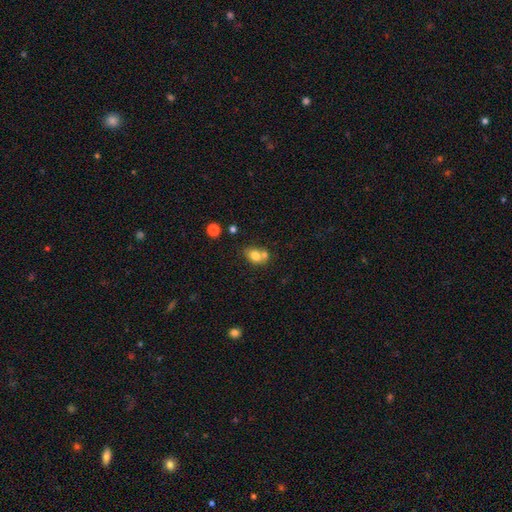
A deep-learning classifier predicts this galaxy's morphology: Smooth or featured: smooth — 77% (featured or disk — 13%)
How rounded: in between — 55% (round — 44%)
Merging: none — 42% (merger — 41%)